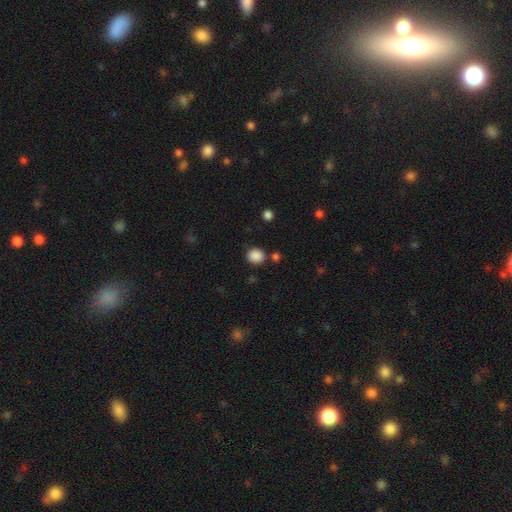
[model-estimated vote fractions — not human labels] Smooth or featured?
  - smooth: 87% *
  - star or artifact: 10%
  - featured or disk: 3%
How rounded?
  - round: 76% *
  - in between: 23%
  - cigar-shaped: 1%
Merging?
  - none: 81% *
  - minor disturbance: 10%
  - merger: 6%
  - major disturbance: 3%